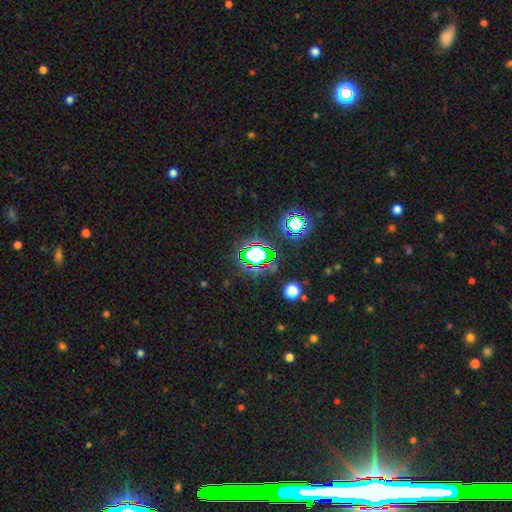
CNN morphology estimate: type=star or artifact (65%).